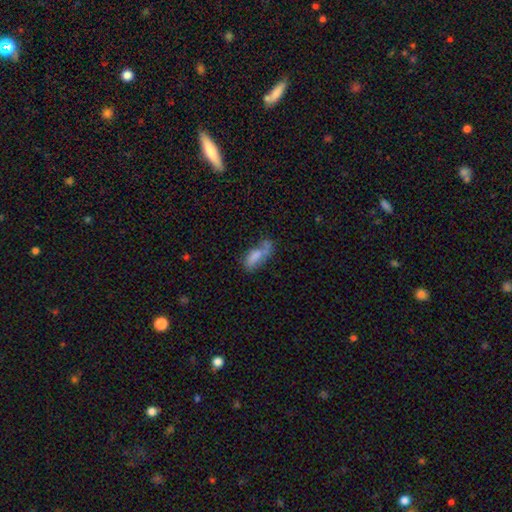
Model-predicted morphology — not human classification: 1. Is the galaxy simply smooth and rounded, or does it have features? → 60% smooth, 29% featured or disk, 11% star or artifact.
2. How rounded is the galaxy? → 71% in between, 26% cigar-shaped, 3% round.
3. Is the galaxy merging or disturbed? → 39% none, 24% minor disturbance, 20% major disturbance, 17% merger.